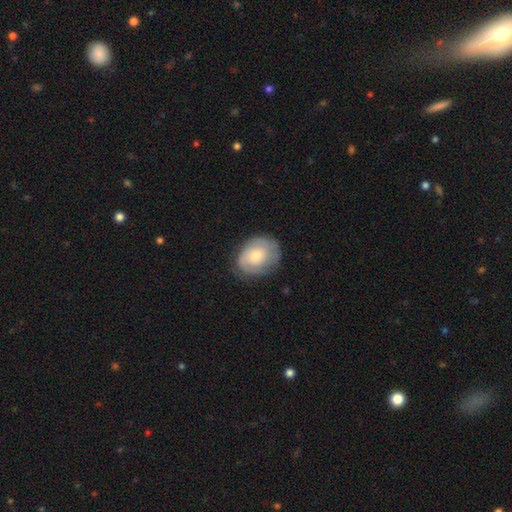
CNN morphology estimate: smooth 49%, featured or disk 45%, star or artifact 6%. Down the decision tree: merging — none (68%).